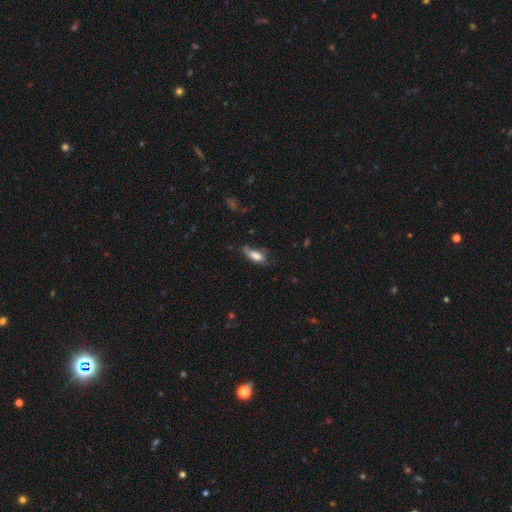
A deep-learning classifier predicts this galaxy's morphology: type=smooth (75%); roundness=in between (75%); merging=none (47%).